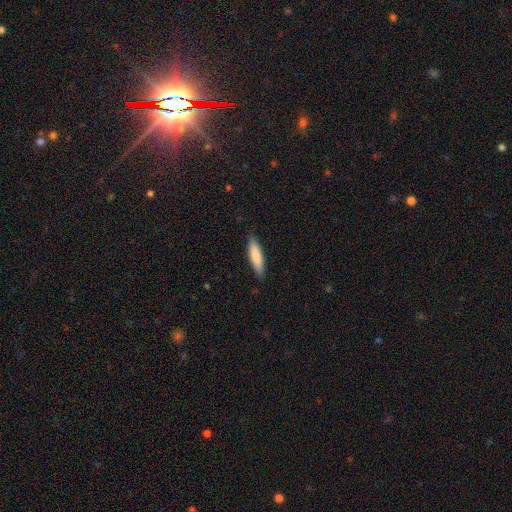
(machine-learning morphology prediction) smooth 81%, featured or disk 14%, star or artifact 5%. Down the decision tree: how rounded — cigar-shaped (74%); merging — none (86%).